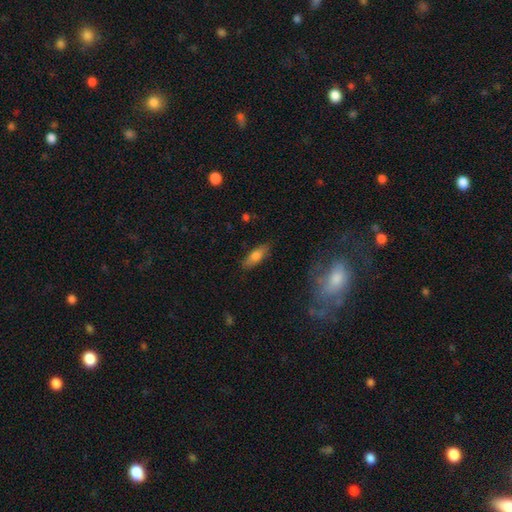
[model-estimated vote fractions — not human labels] smooth-or-featured: smooth: 72% | featured or disk: 20% | star or artifact: 7%
  how-rounded: in between: 62% | cigar-shaped: 35% | round: 3%
  merging: none: 84% | minor disturbance: 12% | major disturbance: 3% | merger: 1%